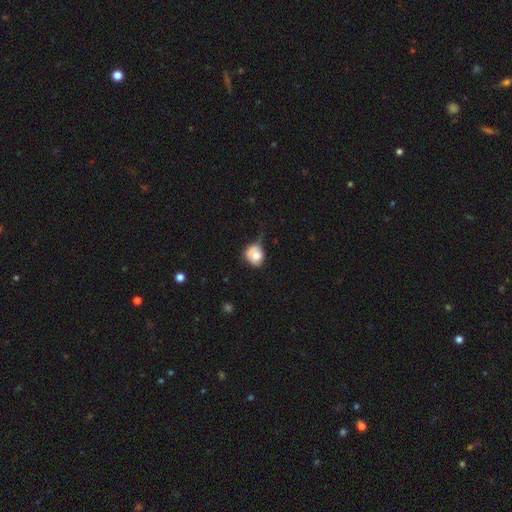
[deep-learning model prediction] Q: Smooth or featured?
A: smooth (67%); runner-up: featured or disk (24%)
Q: How rounded?
A: round (66%); runner-up: in between (33%)
Q: Merging?
A: minor disturbance (40%); runner-up: none (32%)